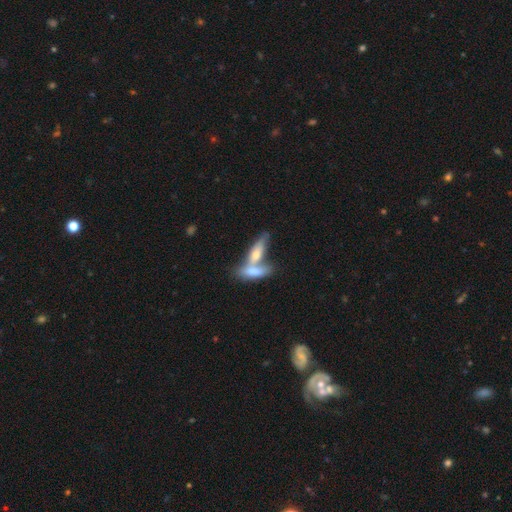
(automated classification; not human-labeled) Smooth or featured: smooth — 55% (featured or disk — 37%)
How rounded: in between — 52% (cigar-shaped — 45%)
Merging: merger — 61% (none — 27%)